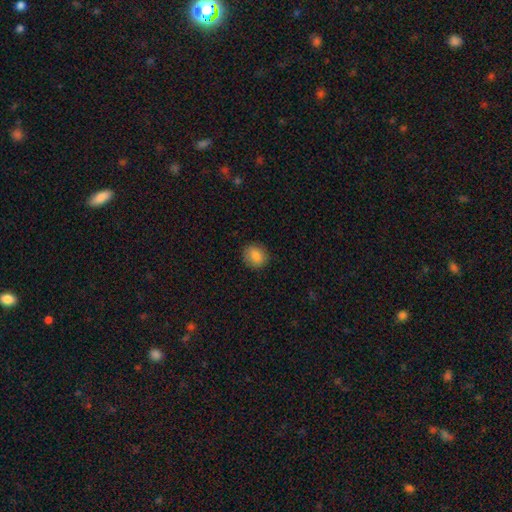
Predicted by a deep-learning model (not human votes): Q: Smooth or featured?
A: smooth (84%); runner-up: star or artifact (8%)
Q: How rounded?
A: round (76%); runner-up: in between (23%)
Q: Merging?
A: none (88%); runner-up: minor disturbance (9%)